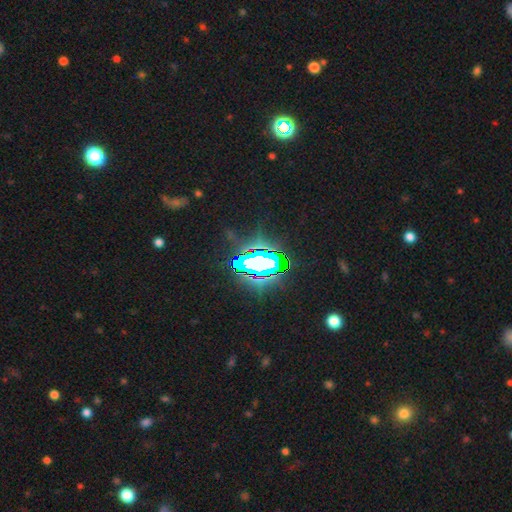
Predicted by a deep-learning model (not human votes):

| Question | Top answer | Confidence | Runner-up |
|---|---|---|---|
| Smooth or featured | star or artifact | 82% | smooth (10%) |